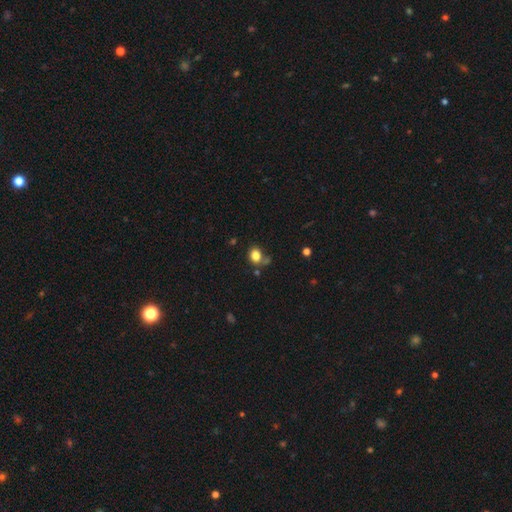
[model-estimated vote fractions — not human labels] smooth 81%, star or artifact 12%, featured or disk 7%. Down the decision tree: how rounded — round (53%); merging — none (69%).